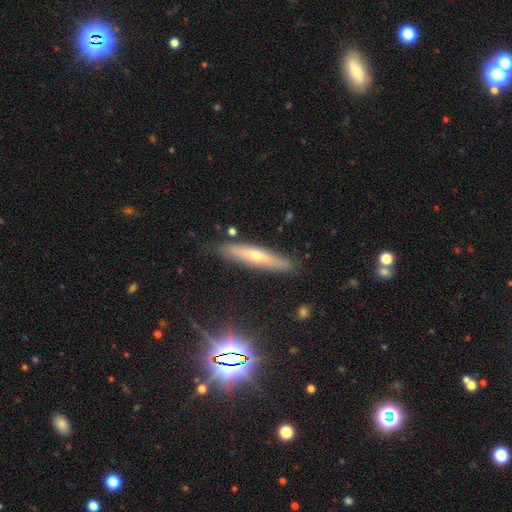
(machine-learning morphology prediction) smooth_or_featured: featured or disk (p=0.46) [alt: smooth p=0.44]
merging: none (p=0.85) [alt: minor disturbance p=0.11]